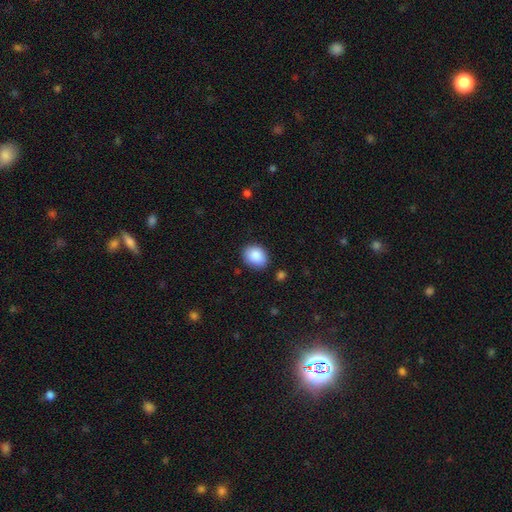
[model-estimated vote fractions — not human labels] A smooth galaxy with no disk features (87%) that is round (50%). Merging: none (84%).